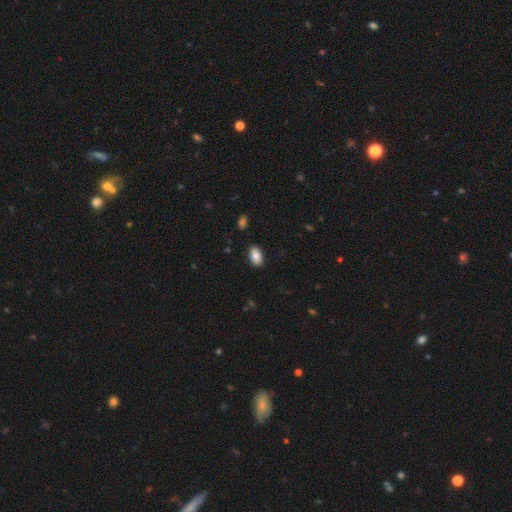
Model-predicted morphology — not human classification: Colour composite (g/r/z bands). It shows a smooth galaxy with no disk features (83%) that is in between round and cigar-shaped (93%). Merging: none (88%).